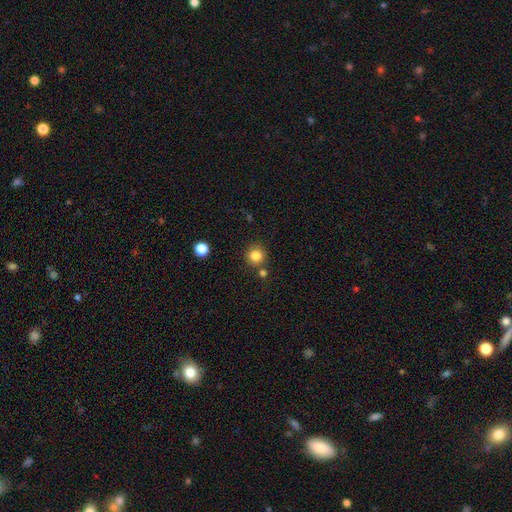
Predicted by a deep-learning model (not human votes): Smooth or featured? smooth (84%)
How rounded? round (92%)
Merging? none (80%)